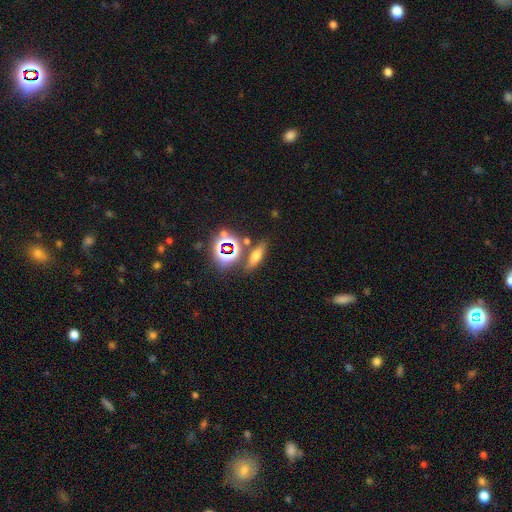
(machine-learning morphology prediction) This is possibly a smooth galaxy (52%). How rounded: possibly cigar-shaped (45%). Merging: likely none (76%).